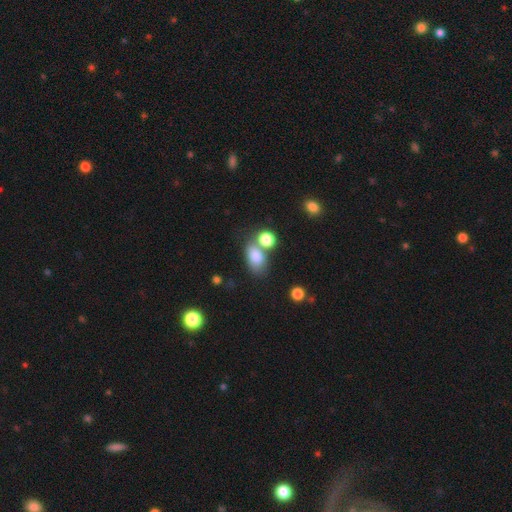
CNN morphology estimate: This appears to be a smooth galaxy with no disk features (81%) that is in between round and cigar-shaped (83%). Merging: none (46%).